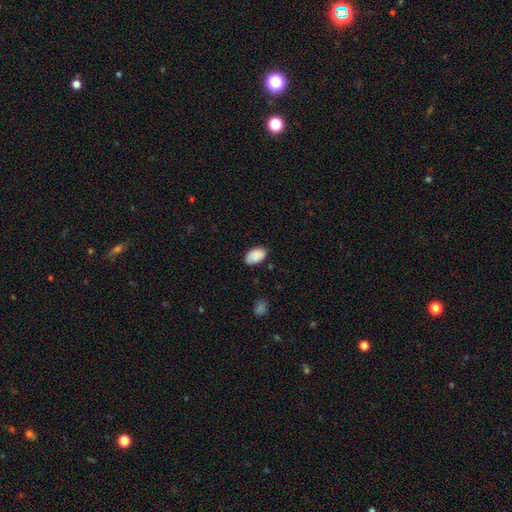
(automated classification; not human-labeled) Q: Smooth or featured?
A: smooth (88%); runner-up: star or artifact (7%)
Q: How rounded?
A: in between (93%); runner-up: round (6%)
Q: Merging?
A: none (80%); runner-up: minor disturbance (16%)